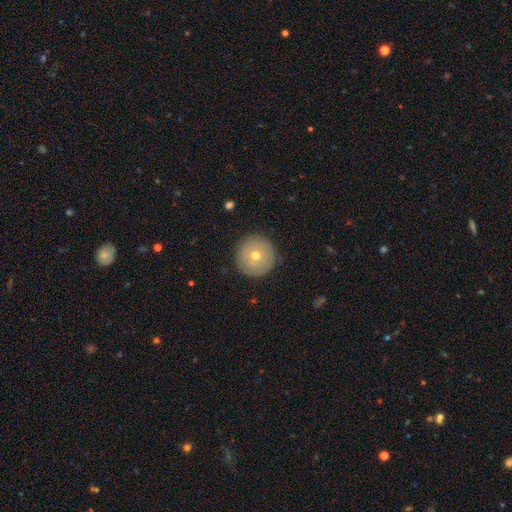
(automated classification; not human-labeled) This is likely a smooth galaxy (64%). How rounded: clearly round (96%). Merging: clearly none (90%).